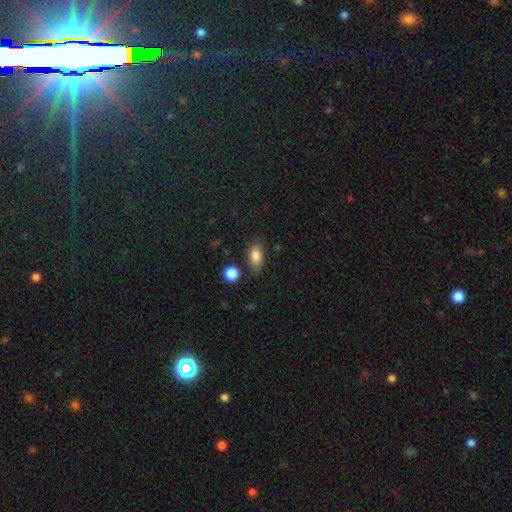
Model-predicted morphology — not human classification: This is clearly a smooth galaxy (84%). How rounded: clearly in between (87%). Merging: likely none (78%).